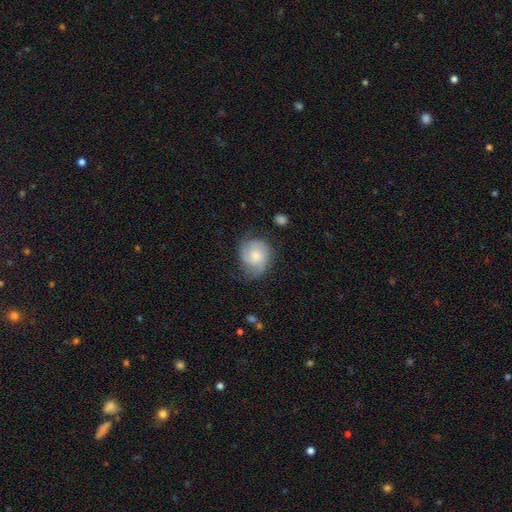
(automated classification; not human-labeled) A featured or disk galaxy (56%) with no bar (72%), spiral arms (89%) and a moderate central bulge (49%).

Vote fractions:
- Smooth or featured? featured or disk: 56% / smooth: 37% / star or artifact: 7%
- Edge-on disk? no: 97% / yes: 3%
- Bar? no: 72% / weak: 25% / strong: 3%
- Spiral arms? yes: 89% / no: 11%
- Bulge size? moderate: 49% / small: 38% / large: 7% / none: 5% / dominant: 2%
- Merging? none: 57% / minor disturbance: 28% / major disturbance: 13% / merger: 2%